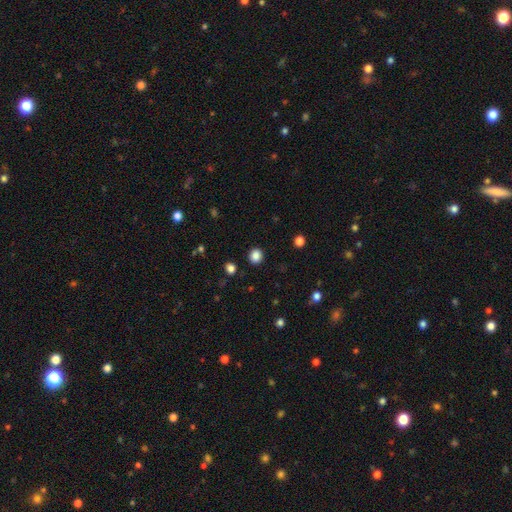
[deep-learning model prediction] Q: Smooth or featured?
A: smooth (86%); runner-up: star or artifact (11%)
Q: How rounded?
A: round (83%); runner-up: in between (16%)
Q: Merging?
A: none (91%); runner-up: minor disturbance (5%)